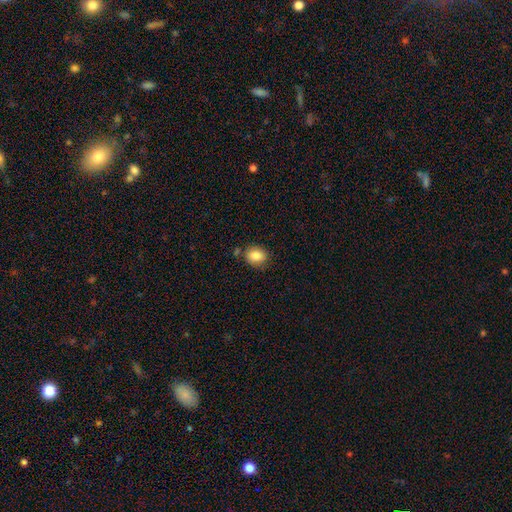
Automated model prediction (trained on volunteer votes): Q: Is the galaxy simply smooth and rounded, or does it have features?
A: smooth — 85%.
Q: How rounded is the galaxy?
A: in between — 53%.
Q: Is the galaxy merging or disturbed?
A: none — 75%.